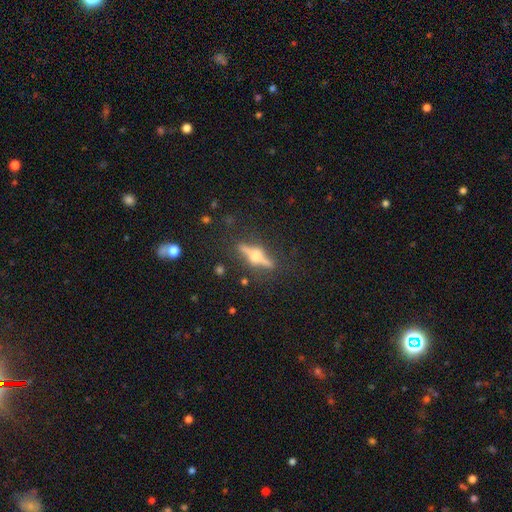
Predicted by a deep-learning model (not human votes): Overall: featured or disk (78%). Edge-on disk: yes (95%). Edge-on bulge: rounded (96%). Merging: none (84%).